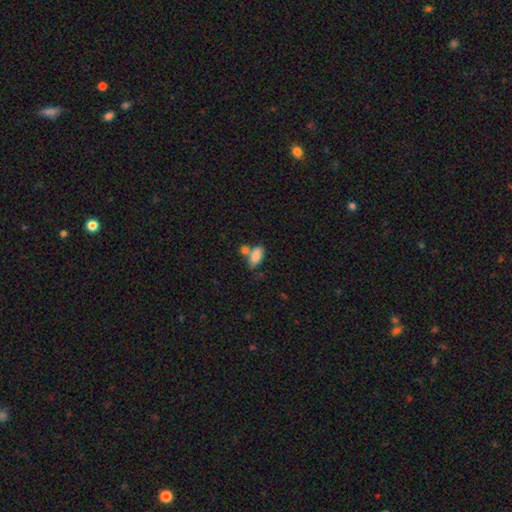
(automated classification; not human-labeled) smooth-or-featured: smooth: 83% | featured or disk: 9% | star or artifact: 8%
  how-rounded: in between: 90% | cigar-shaped: 5% | round: 5%
  merging: none: 43% | merger: 37% | minor disturbance: 15% | major disturbance: 6%